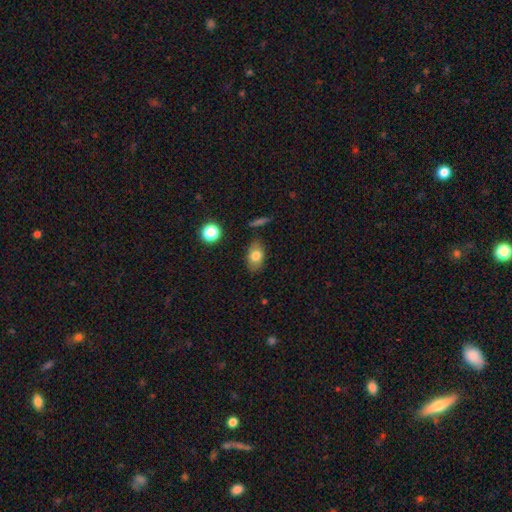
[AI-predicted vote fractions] Overall: smooth (76%). How rounded: in between (84%). Merging: none (81%).